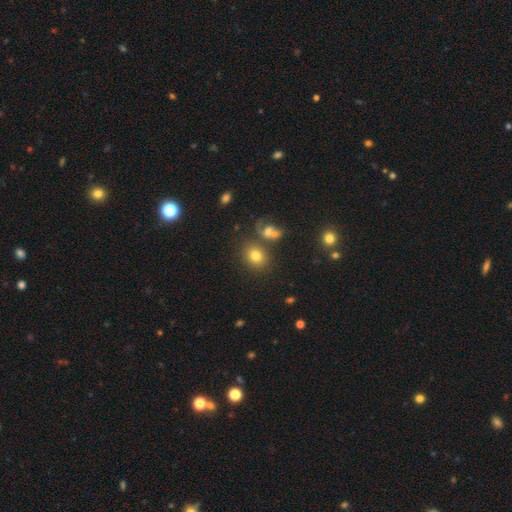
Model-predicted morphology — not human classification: The model was most divided on "how rounded": round: 56%, in between: 43%, cigar-shaped: 1%. More confident: smooth or featured — smooth (75%); merging — none (70%).